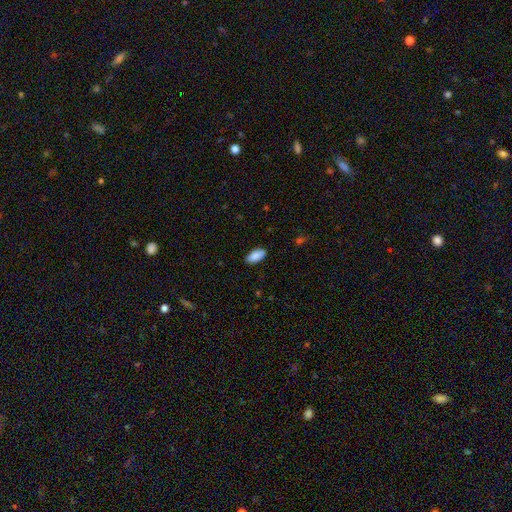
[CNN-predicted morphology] Smooth or featured?
  - smooth: 89% *
  - star or artifact: 6%
  - featured or disk: 5%
How rounded?
  - in between: 91% *
  - cigar-shaped: 7%
  - round: 2%
Merging?
  - none: 88% *
  - minor disturbance: 9%
  - major disturbance: 2%
  - merger: 1%